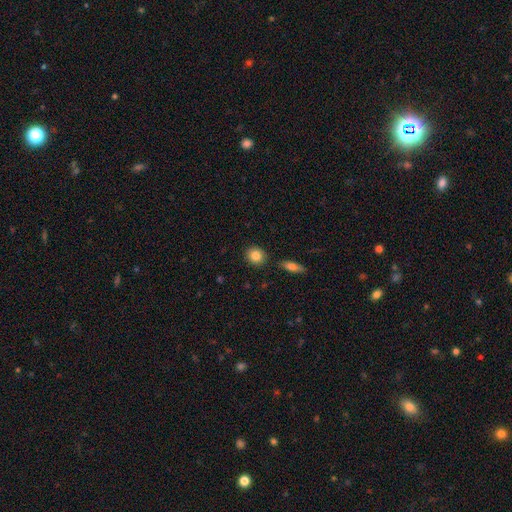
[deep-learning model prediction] Smooth or featured? smooth (86%)
How rounded? round (77%)
Merging? none (86%)